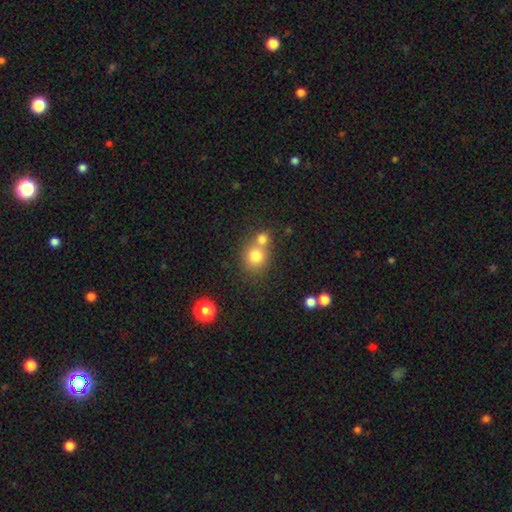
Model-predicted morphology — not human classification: smooth 77%, star or artifact 12%, featured or disk 10%. Down the decision tree: how rounded — round (84%); merging — none (46%).